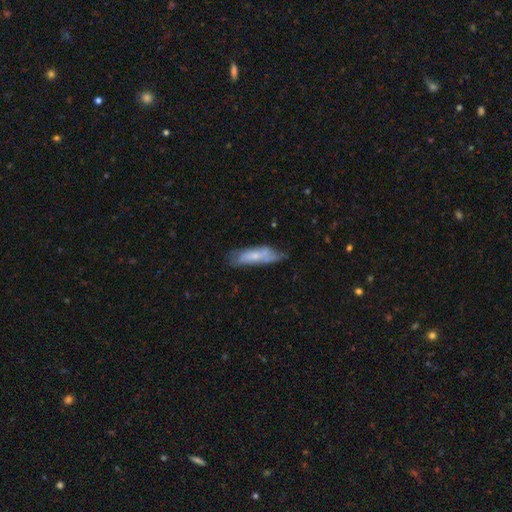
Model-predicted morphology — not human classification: Smooth or featured? smooth (51%)
How rounded? cigar-shaped (53%)
Merging? none (53%)